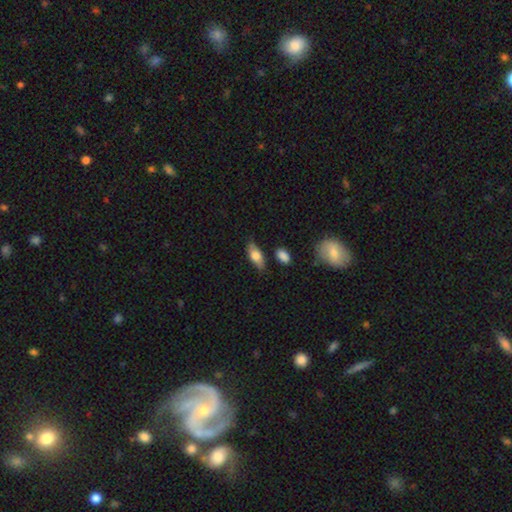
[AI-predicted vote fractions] smooth 70%, featured or disk 23%, star or artifact 6%. Down the decision tree: how rounded — in between (78%); merging — none (78%).